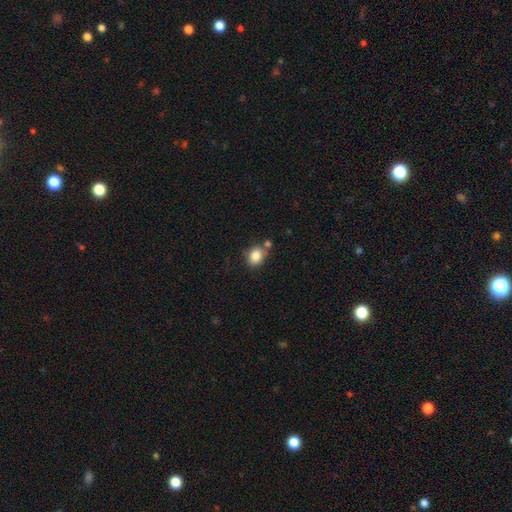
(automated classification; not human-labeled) Smooth or featured? Predicted: smooth (p=0.84). How rounded? Predicted: round (p=0.50). Merging? Predicted: none (p=0.64).